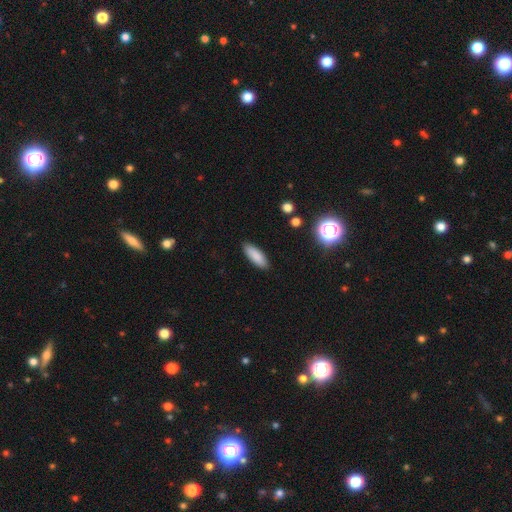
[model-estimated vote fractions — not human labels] Morphology: type=smooth (87%); roundness=in between (64%); merging=none (89%).